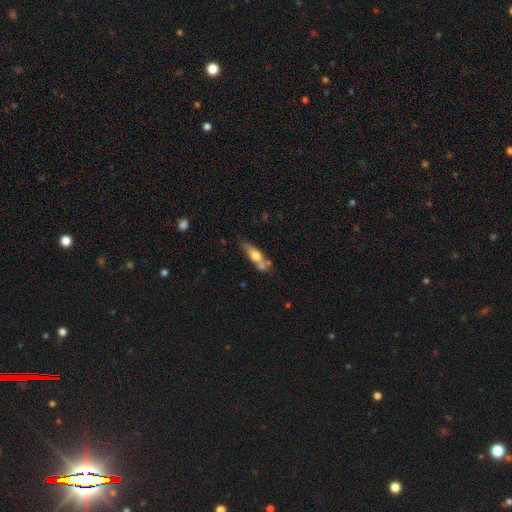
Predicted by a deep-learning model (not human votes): smooth-or-featured: smooth: 51% | featured or disk: 41% | star or artifact: 7%
  how-rounded: cigar-shaped: 53% | in between: 42% | round: 5%
  merging: none: 43% | merger: 32% | minor disturbance: 18% | major disturbance: 8%